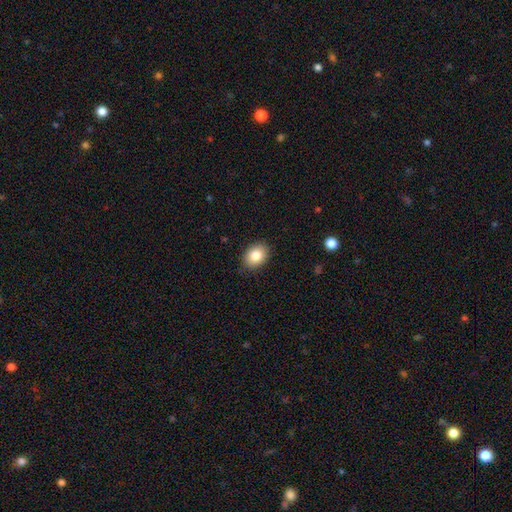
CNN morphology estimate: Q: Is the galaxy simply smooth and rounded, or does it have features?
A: smooth — 84%.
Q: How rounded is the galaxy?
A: in between — 69%.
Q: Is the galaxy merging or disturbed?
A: none — 87%.